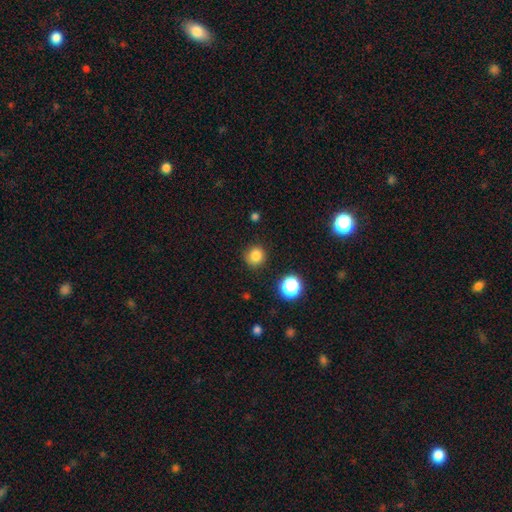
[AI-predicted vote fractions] Morphology: type=smooth (83%); roundness=round (93%); merging=none (88%).